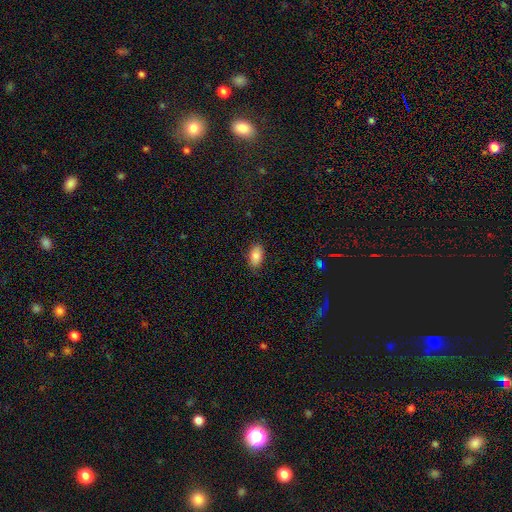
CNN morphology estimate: This appears to be a smooth galaxy with no disk features (85%) that is in between round and cigar-shaped (93%). Merging: none (83%).